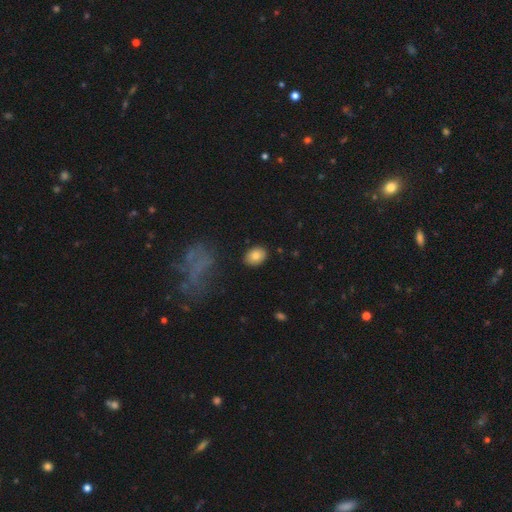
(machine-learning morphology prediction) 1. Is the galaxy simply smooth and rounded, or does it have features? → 84% smooth, 8% star or artifact, 7% featured or disk.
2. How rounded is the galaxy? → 71% in between, 28% round, 1% cigar-shaped.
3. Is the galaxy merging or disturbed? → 86% none, 10% minor disturbance, 3% major disturbance, 2% merger.